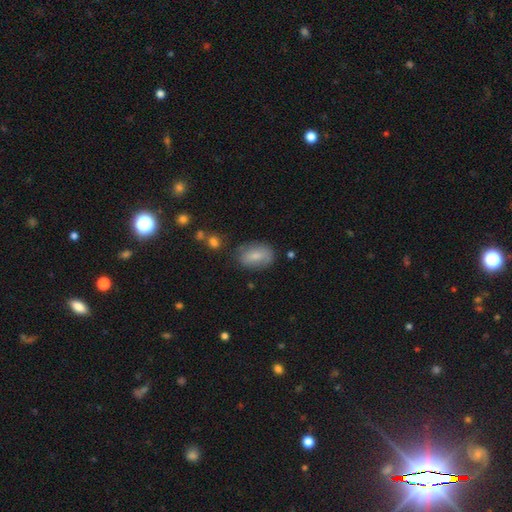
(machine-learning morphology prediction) Q: Smooth or featured?
A: smooth (73%); runner-up: featured or disk (19%)
Q: How rounded?
A: in between (86%); runner-up: round (12%)
Q: Merging?
A: none (70%); runner-up: minor disturbance (21%)